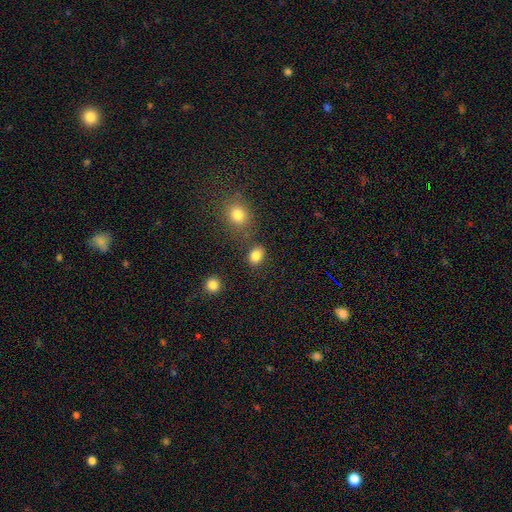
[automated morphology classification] Q: Smooth or featured?
A: smooth (84%); runner-up: star or artifact (11%)
Q: How rounded?
A: in between (62%); runner-up: round (37%)
Q: Merging?
A: none (78%); runner-up: minor disturbance (11%)